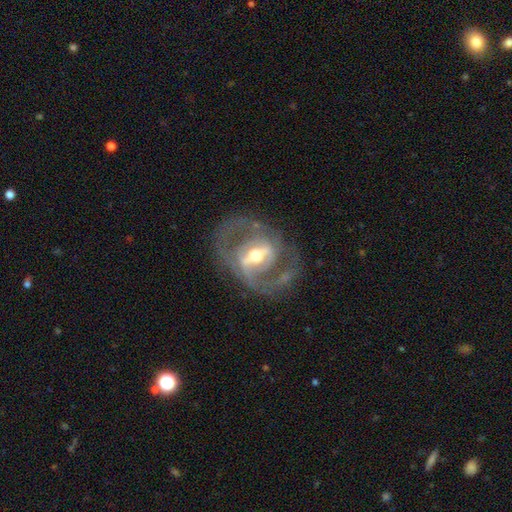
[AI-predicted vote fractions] Smooth or featured?
  - featured or disk: 84% *
  - smooth: 10%
  - star or artifact: 5%
Edge-on disk?
  - no: 94% *
  - yes: 6%
Bar?
  - strong: 58% *
  - weak: 30%
  - no: 12%
Spiral arms?
  - yes: 75% *
  - no: 25%
Spiral winding?
  - medium: 49% *
  - tight: 30%
  - loose: 21%
Spiral arm count?
  - 2: 78% *
  - can't tell: 12%
  - 1: 5%
  - 3: 3%
  - 4: 1%
  - more than 4: 1%
Bulge size?
  - moderate: 67% *
  - small: 20%
  - large: 11%
  - dominant: 1%
  - none: 1%
Merging?
  - none: 67% *
  - minor disturbance: 15%
  - major disturbance: 15%
  - merger: 2%